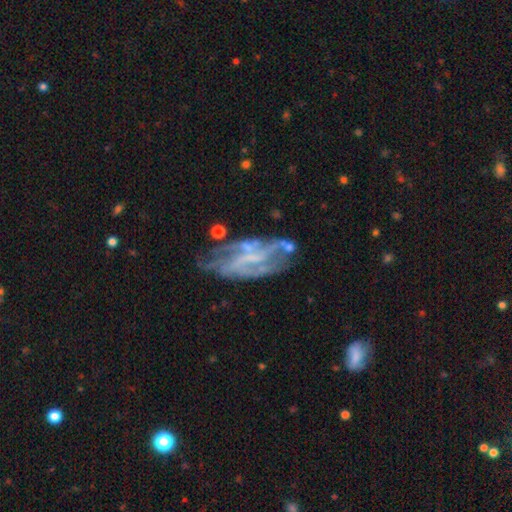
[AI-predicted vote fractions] smooth-or-featured: featured or disk: 80% | smooth: 12% | star or artifact: 8%
  disk-edge-on: no: 94% | yes: 6%
    bar: no: 41% | weak: 38% | strong: 22%
    has-spiral-arms: yes: 77% | no: 23%
      spiral-winding: medium: 41% | tight: 32% | loose: 27%
      spiral-arm-count: can't tell: 38% | 2: 25% | 3: 19% | 4: 9% | 1: 5% | more than 4: 5%
    bulge-size: none: 52% | small: 30% | moderate: 14% | large: 3% | dominant: 1%
  merging: none: 50% | minor disturbance: 23% | major disturbance: 21% | merger: 6%